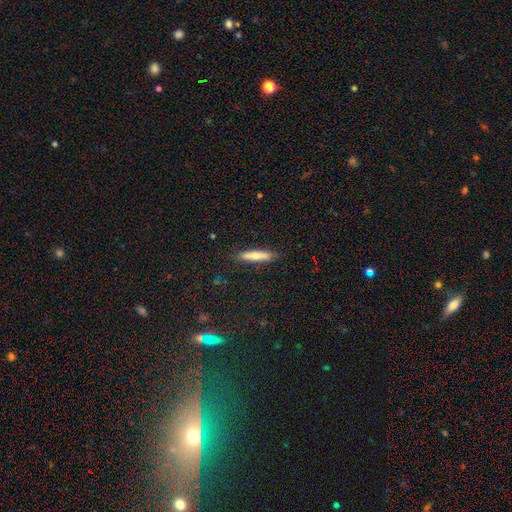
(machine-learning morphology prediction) Smooth or featured? smooth (70%)
How rounded? cigar-shaped (86%)
Merging? none (86%)